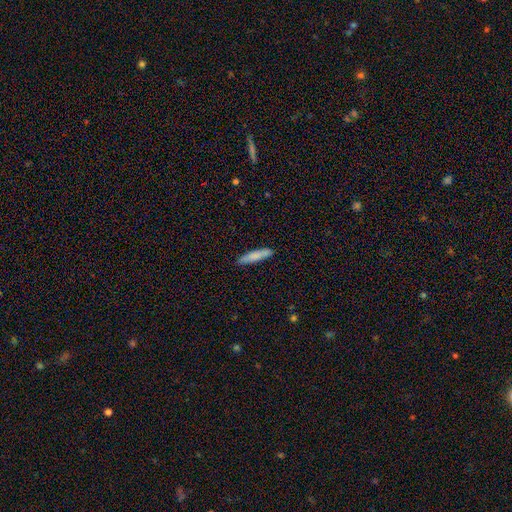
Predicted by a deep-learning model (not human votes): Smooth or featured: smooth — 80% (featured or disk — 14%)
How rounded: cigar-shaped — 85% (in between — 14%)
Merging: none — 85% (minor disturbance — 11%)